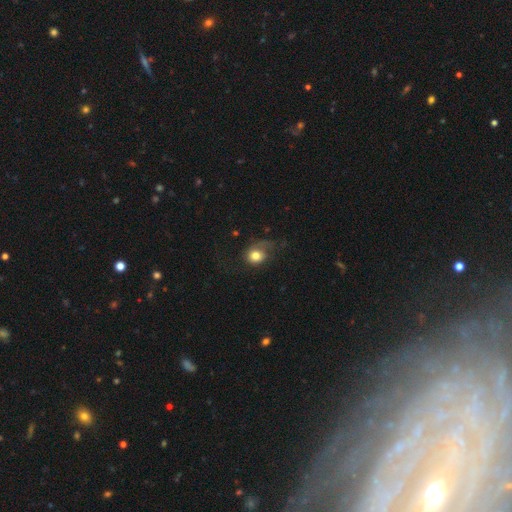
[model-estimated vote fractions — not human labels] Overall: smooth (69%). How rounded: round (69%; in between 30%). Merging: none (39%; major disturbance 33%).